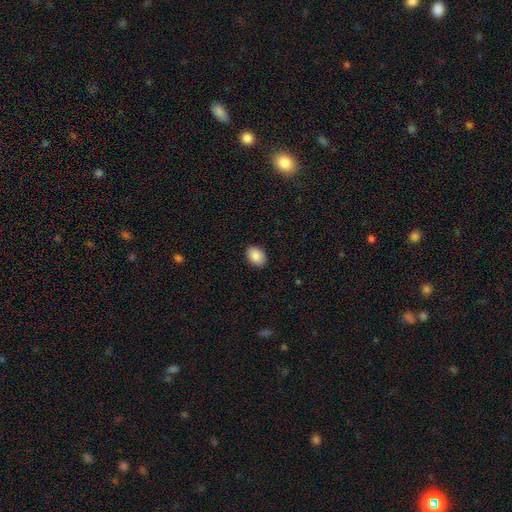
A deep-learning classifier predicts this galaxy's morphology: Smooth or featured? smooth (89%)
How rounded? in between (78%)
Merging? none (89%)